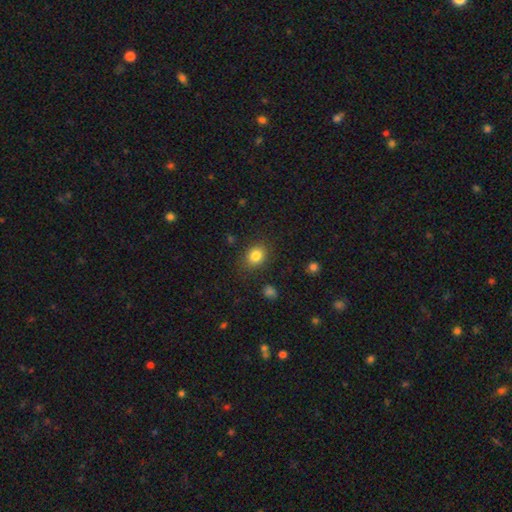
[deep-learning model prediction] The model was most divided on "how rounded": round: 54%, in between: 45%, cigar-shaped: 1%. More confident: merging — none (83%); smooth or featured — smooth (83%).